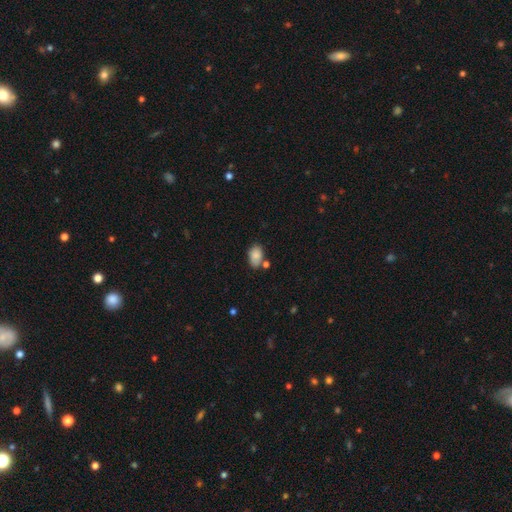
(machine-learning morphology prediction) The model was most divided on "merging": none: 61%, minor disturbance: 20%, merger: 15%, major disturbance: 5%. More confident: how rounded — in between (90%); smooth or featured — smooth (84%).